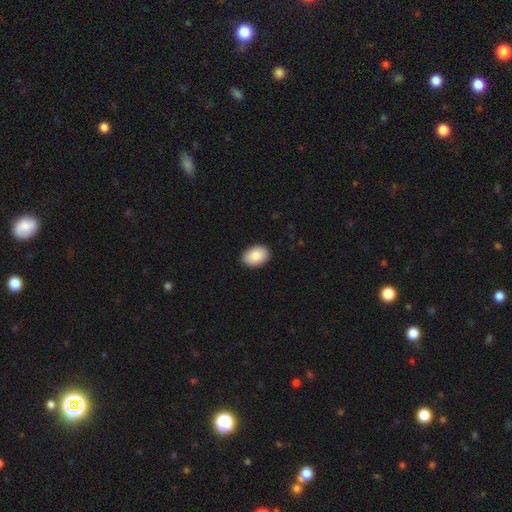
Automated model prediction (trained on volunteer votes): smooth-or-featured: smooth: 88% | star or artifact: 6% | featured or disk: 5%
  how-rounded: in between: 84% | round: 15% | cigar-shaped: 1%
  merging: none: 90% | minor disturbance: 8% | major disturbance: 2% | merger: 1%